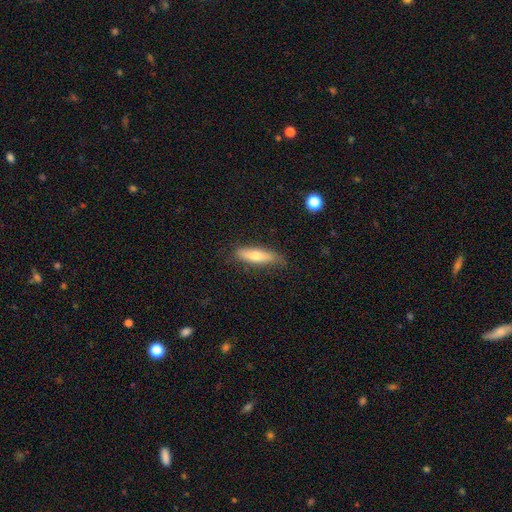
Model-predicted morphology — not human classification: A smooth galaxy with no disk features (63%) that is cigar-shaped (71%).

Vote fractions:
- Smooth or featured? smooth: 63% / featured or disk: 30% / star or artifact: 7%
- How rounded? cigar-shaped: 71% / in between: 27% / round: 2%
- Merging? none: 78% / minor disturbance: 17% / major disturbance: 3% / merger: 1%